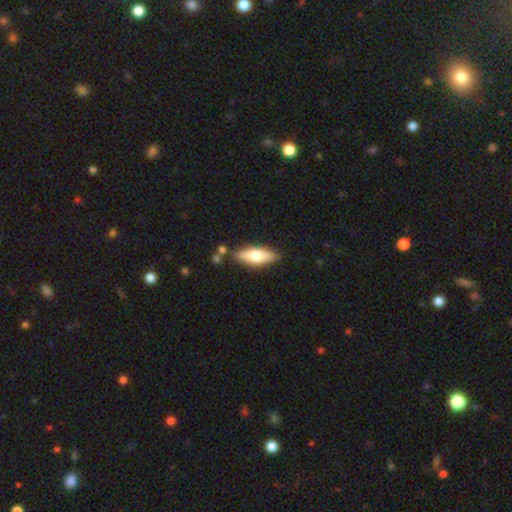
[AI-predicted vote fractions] Smooth or featured: smooth — 58% (featured or disk — 36%)
How rounded: in between — 50% (cigar-shaped — 48%)
Merging: none — 80% (minor disturbance — 12%)